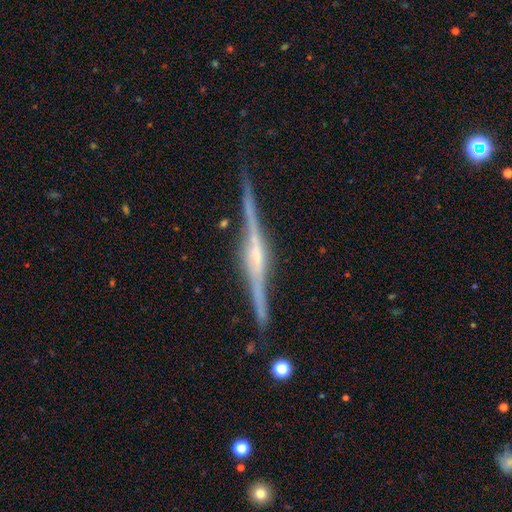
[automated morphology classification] Smooth or featured? featured or disk (89%)
Edge-on disk? yes (98%)
Edge-on bulge? rounded (61%)
Merging? none (88%)